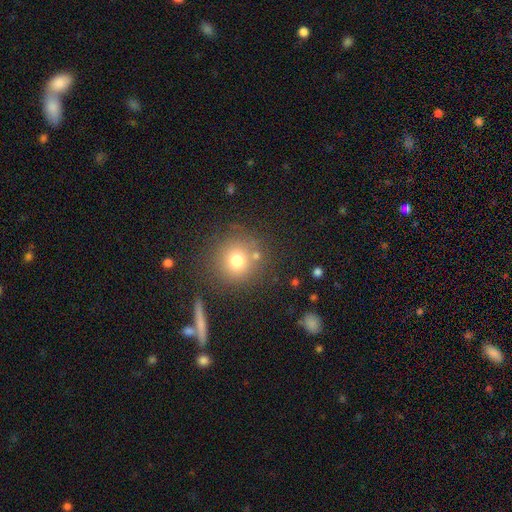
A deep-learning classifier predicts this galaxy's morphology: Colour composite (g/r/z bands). It shows a smooth galaxy with no disk features (65%) that is round (92%). Merging: none (80%).